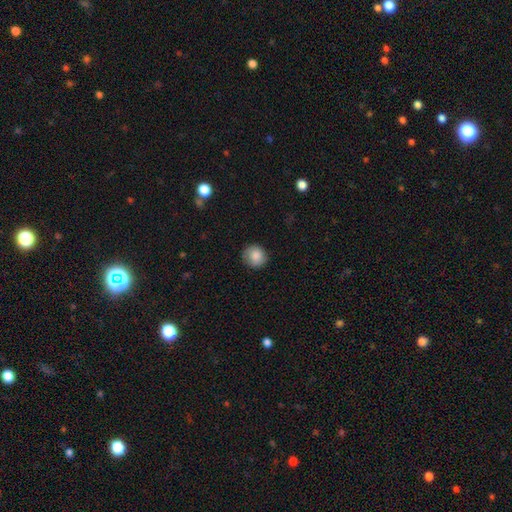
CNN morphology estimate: type=smooth (86%); roundness=round (87%); merging=none (85%).